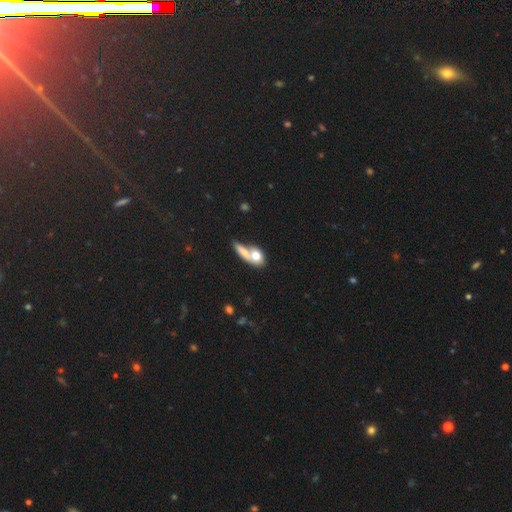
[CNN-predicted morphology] type=smooth (69%); roundness=in between (56%); merging=merger (59%).